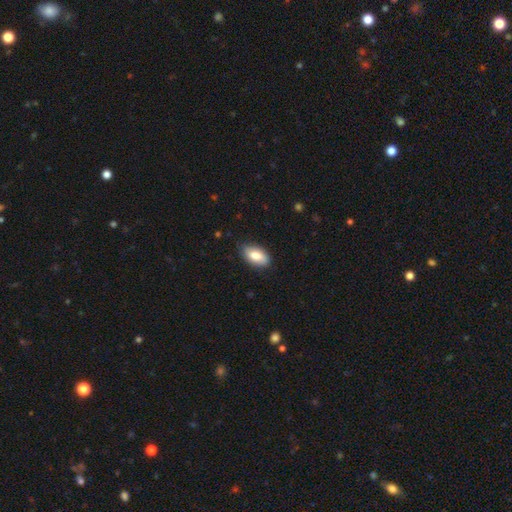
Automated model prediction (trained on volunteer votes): A smooth galaxy with no disk features (82%) that is in between round and cigar-shaped (93%).

Vote fractions:
- Smooth or featured? smooth: 82% / featured or disk: 12% / star or artifact: 6%
- How rounded? in between: 93% / round: 4% / cigar-shaped: 3%
- Merging? none: 84% / minor disturbance: 13% / major disturbance: 2% / merger: 1%